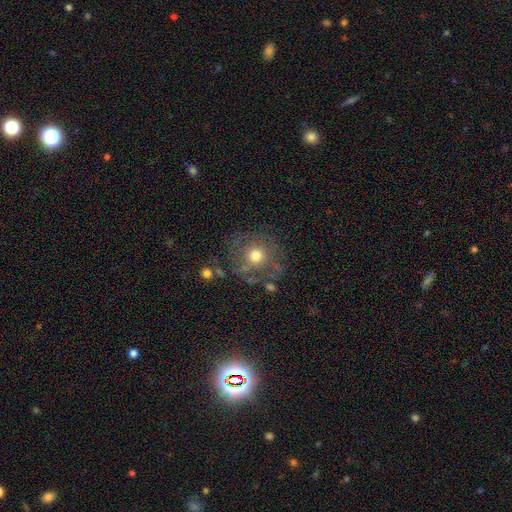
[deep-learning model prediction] A smooth galaxy with no disk features (52%) that is round (91%). Merging: none (69%).